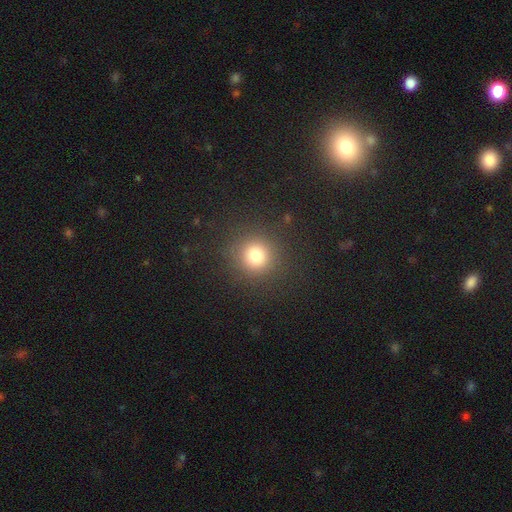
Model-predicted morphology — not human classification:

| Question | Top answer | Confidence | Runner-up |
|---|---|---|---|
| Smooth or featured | smooth | 78% | star or artifact (15%) |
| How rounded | round | 92% | in between (7%) |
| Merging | none | 88% | minor disturbance (7%) |